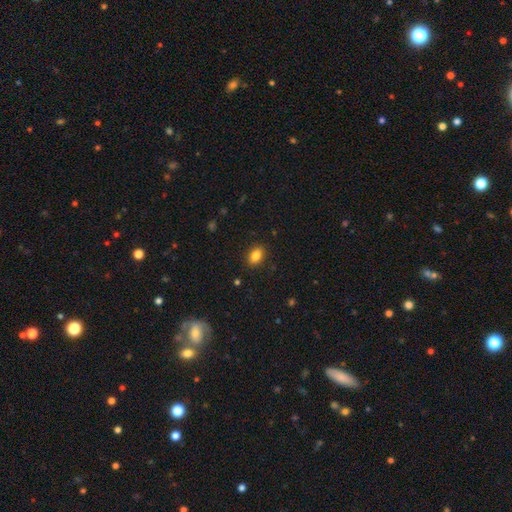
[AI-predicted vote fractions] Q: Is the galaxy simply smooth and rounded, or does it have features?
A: smooth — 85%.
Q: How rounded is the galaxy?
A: in between — 82%.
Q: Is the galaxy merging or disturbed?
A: none — 89%.